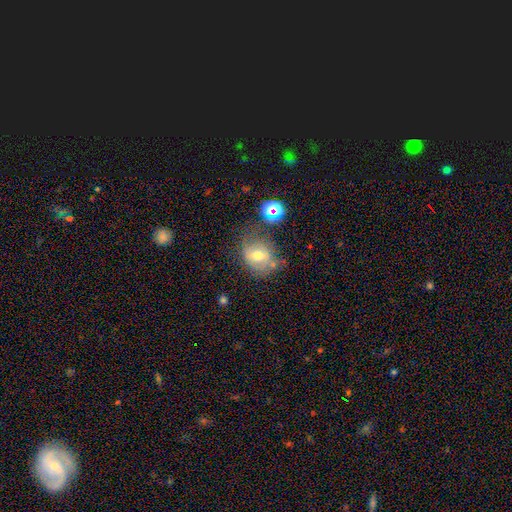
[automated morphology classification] A smooth galaxy with no disk features (52%) that is round (63%). Merging: none (51%).